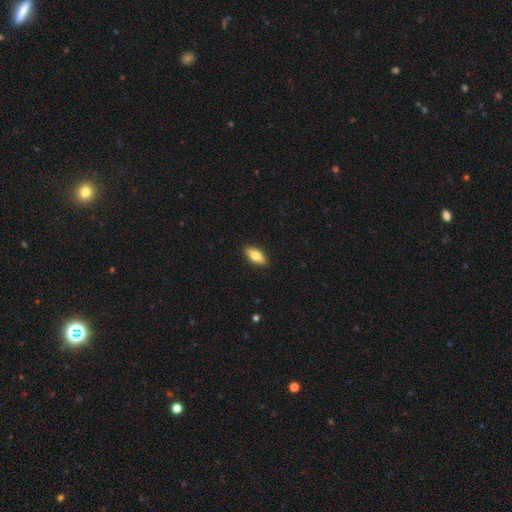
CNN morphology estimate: Overall: smooth (77%). How rounded: in between (80%). Merging: none (90%).